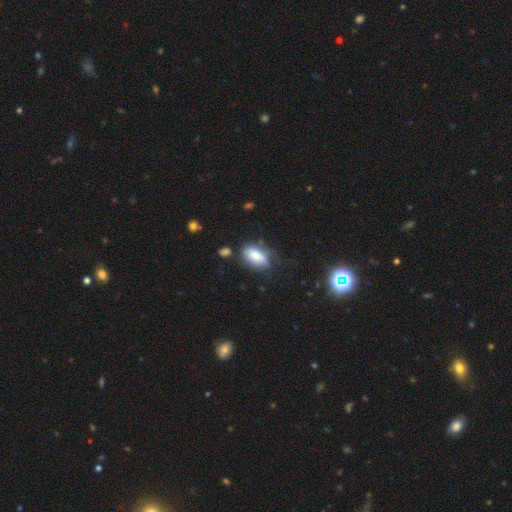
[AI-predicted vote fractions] Q: Smooth or featured?
A: smooth (79%); runner-up: featured or disk (13%)
Q: How rounded?
A: in between (91%); runner-up: round (6%)
Q: Merging?
A: none (56%); runner-up: minor disturbance (27%)